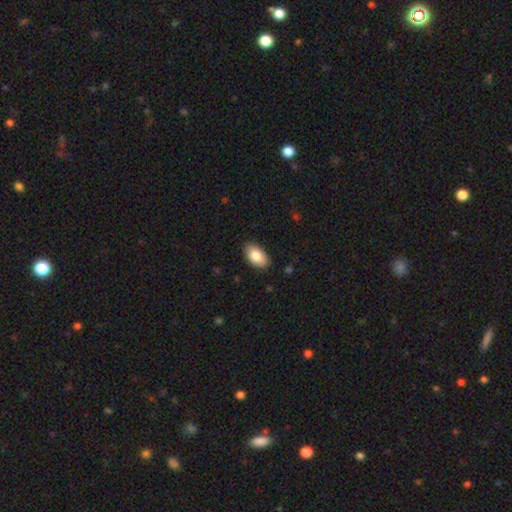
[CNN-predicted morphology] The model was most divided on "merging": none: 85%, minor disturbance: 12%, major disturbance: 2%, merger: 1%. More confident: how rounded — in between (94%); smooth or featured — smooth (84%).